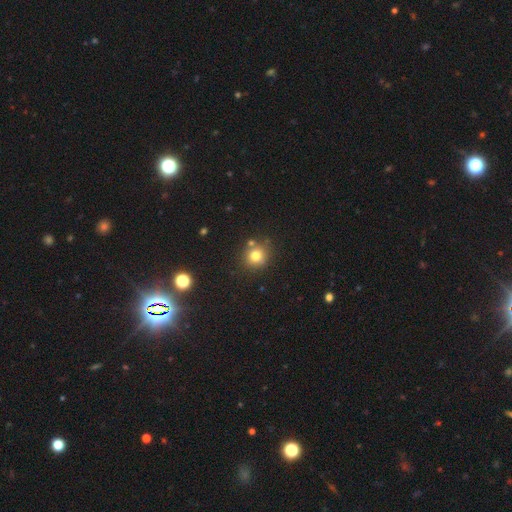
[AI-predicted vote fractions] Smooth or featured? smooth (78%)
How rounded? round (89%)
Merging? none (77%)